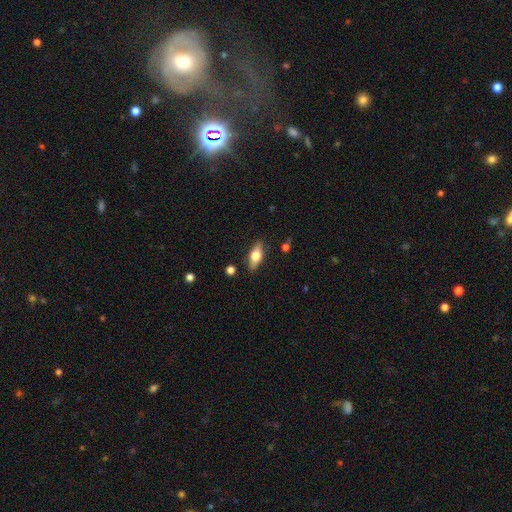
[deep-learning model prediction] smooth_or_featured: smooth (p=0.53) [alt: featured or disk p=0.40]
how_rounded: in between (p=0.73) [alt: cigar-shaped p=0.22]
merging: none (p=0.84) [alt: minor disturbance p=0.12]